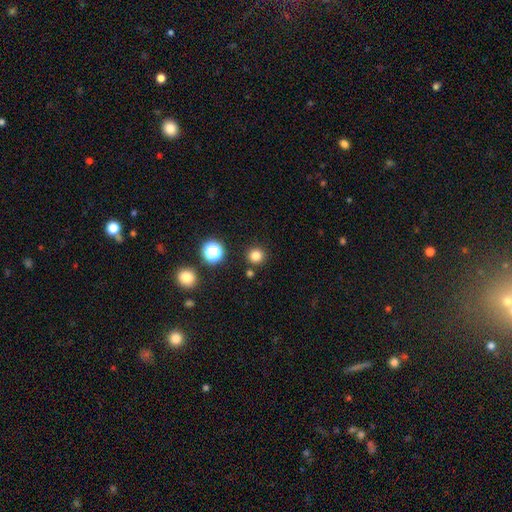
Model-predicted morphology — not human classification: A smooth galaxy with no disk features (80%) that is round (94%). Merging: none (89%).